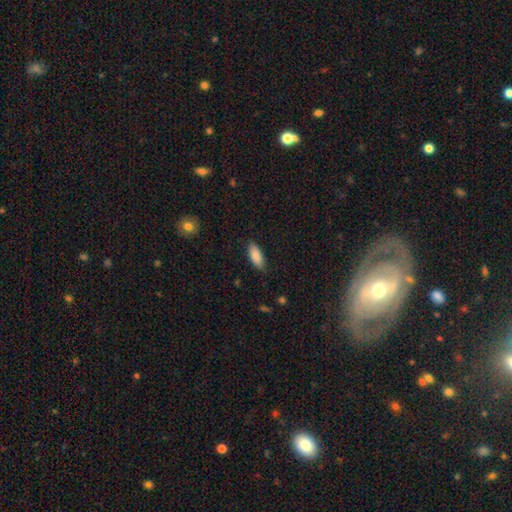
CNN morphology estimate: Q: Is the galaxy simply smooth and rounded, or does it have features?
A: smooth — 88%.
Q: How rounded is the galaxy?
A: in between — 81%.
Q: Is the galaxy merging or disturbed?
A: none — 82%.